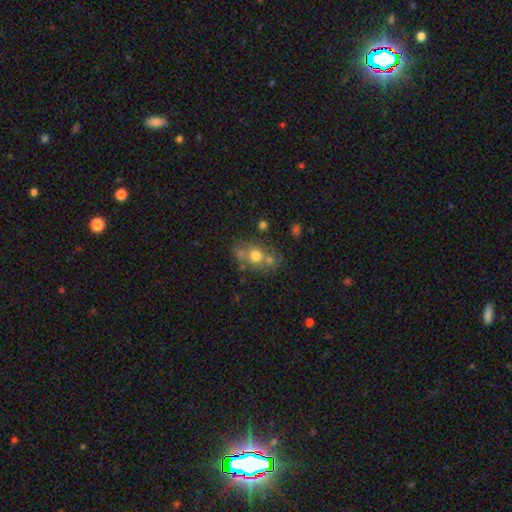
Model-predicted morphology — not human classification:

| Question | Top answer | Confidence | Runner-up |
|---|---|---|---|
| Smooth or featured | smooth | 65% | featured or disk (22%) |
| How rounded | round | 57% | in between (41%) |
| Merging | none | 49% | merger (31%) |